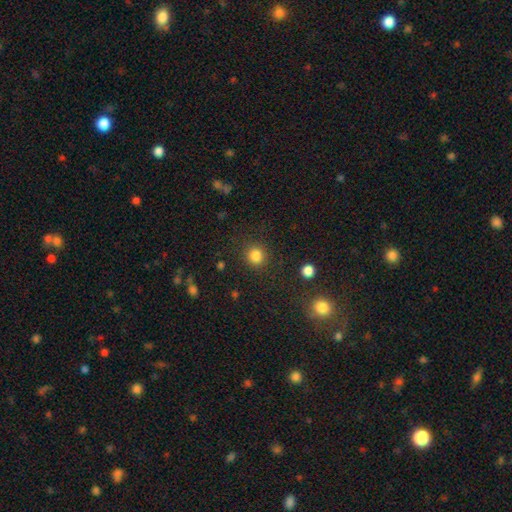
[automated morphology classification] This appears to be a smooth galaxy with no disk features (84%) that is round (90%). Merging: none (88%).